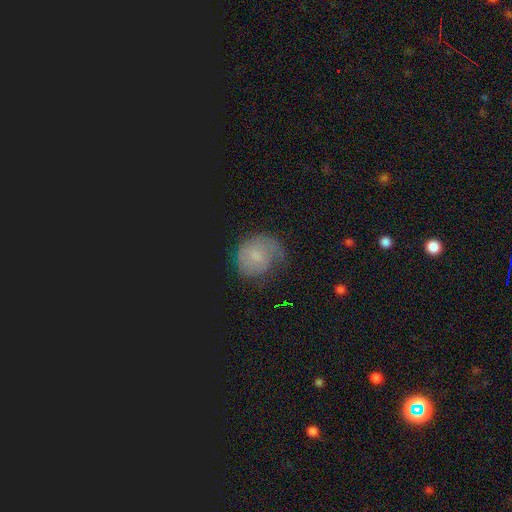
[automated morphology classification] Smooth or featured? Predicted: smooth (p=0.41). Merging? Predicted: none (p=0.53).